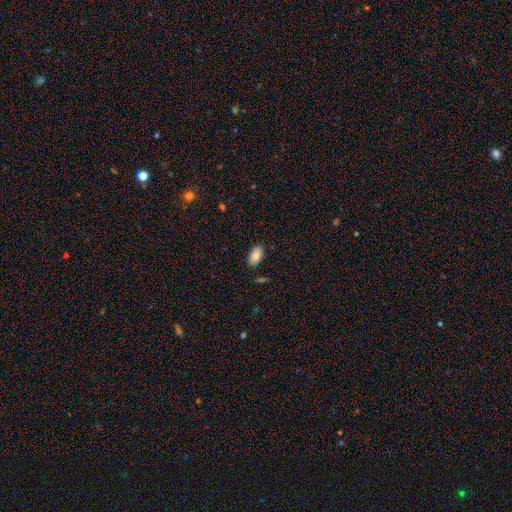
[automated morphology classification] smooth-or-featured: smooth: 82% | featured or disk: 11% | star or artifact: 7%
  how-rounded: in between: 94% | round: 3% | cigar-shaped: 3%
  merging: none: 86% | minor disturbance: 10% | major disturbance: 2% | merger: 2%